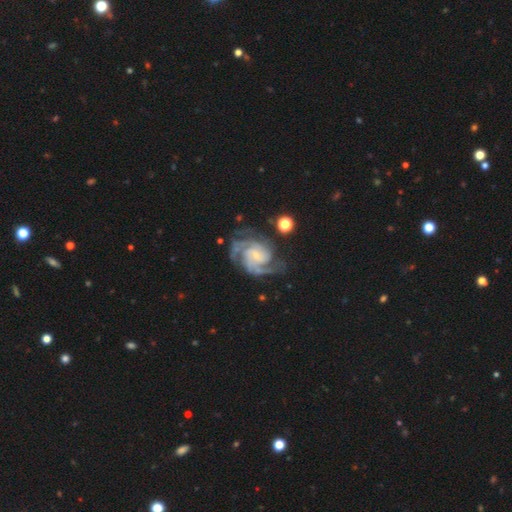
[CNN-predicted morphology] type=featured or disk (91%); edge-on=no (98%); bar=no (60%); spiral arms=yes (98%); winding=medium (46%); arm count=3 (31%); bulge=small (76%); merging=none (63%).